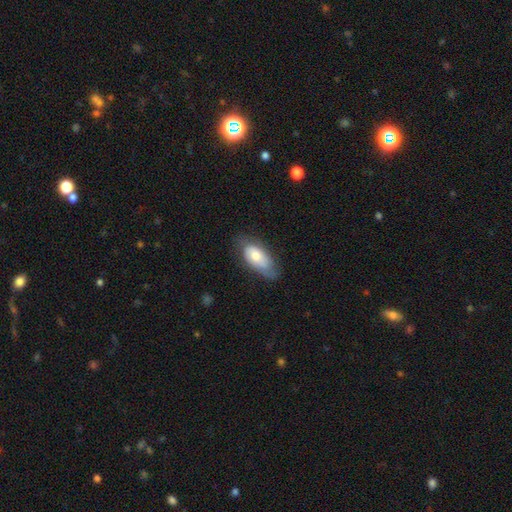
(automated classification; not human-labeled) A smooth galaxy with no disk features (62%) that is in between round and cigar-shaped (88%). Merging: none (61%).